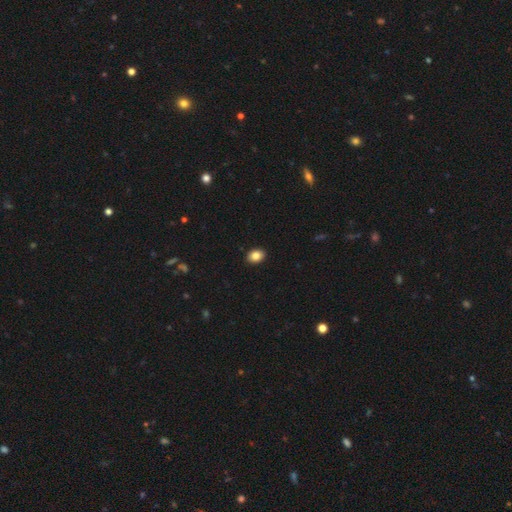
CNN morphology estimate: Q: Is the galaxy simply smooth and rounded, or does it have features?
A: smooth — 86%.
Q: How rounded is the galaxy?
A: in between — 70%.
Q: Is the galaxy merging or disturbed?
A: none — 91%.